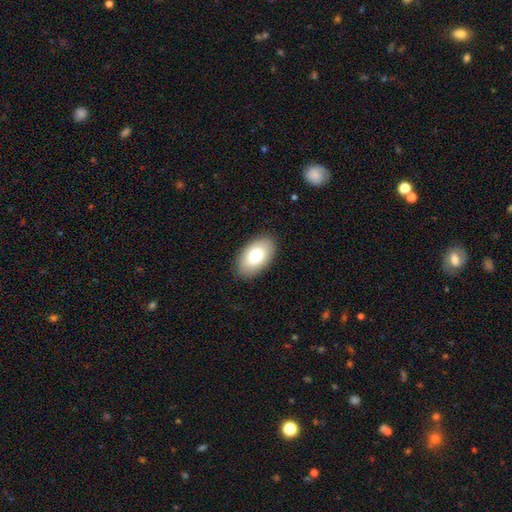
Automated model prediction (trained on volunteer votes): A smooth galaxy with no disk features (78%) that is in between round and cigar-shaped (95%).

Vote fractions:
- Smooth or featured? smooth: 78% / featured or disk: 15% / star or artifact: 7%
- How rounded? in between: 95% / round: 4% / cigar-shaped: 1%
- Merging? none: 88% / minor disturbance: 9% / major disturbance: 2% / merger: 1%